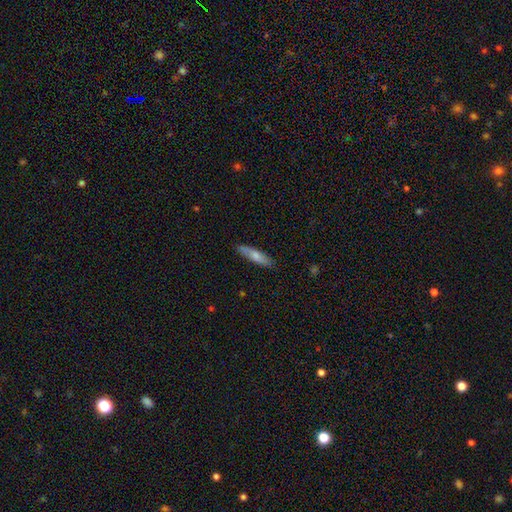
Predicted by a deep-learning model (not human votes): This appears to be a smooth galaxy with no disk features (70%) that is cigar-shaped (73%). Merging: none (86%).